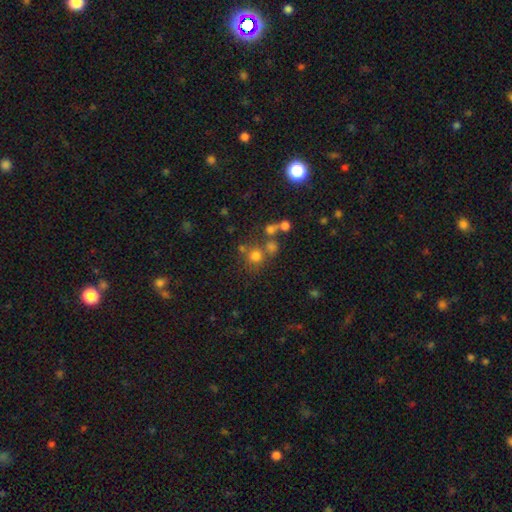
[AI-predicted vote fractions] Morphology: type=smooth (68%); roundness=round (90%); merging=none (63%).